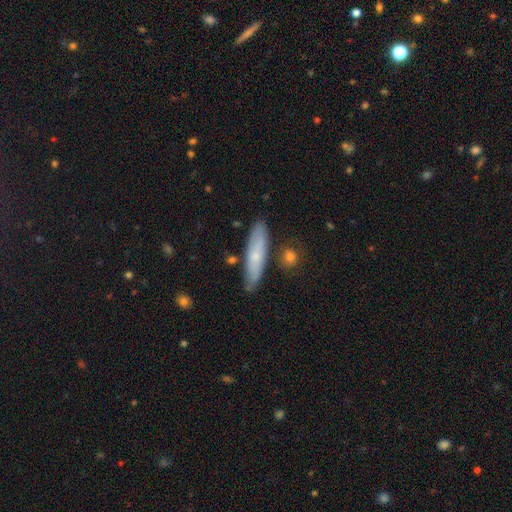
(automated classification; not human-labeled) Smooth or featured? Predicted: smooth (p=0.59). How rounded? Predicted: cigar-shaped (p=0.81). Merging? Predicted: none (p=0.82).